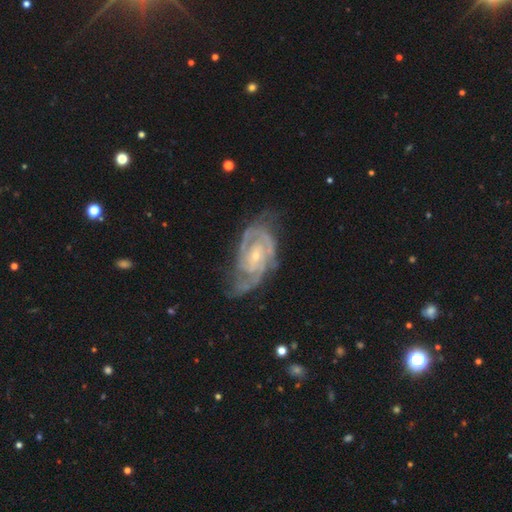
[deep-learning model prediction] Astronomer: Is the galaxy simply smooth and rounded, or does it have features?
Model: featured or disk — 89%.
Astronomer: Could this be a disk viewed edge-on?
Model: no — 96%.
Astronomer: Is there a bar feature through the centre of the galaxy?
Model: no — 56% (runner-up: weak, 35%).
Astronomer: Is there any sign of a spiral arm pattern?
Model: yes — 97%.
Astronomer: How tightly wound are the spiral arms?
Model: tight — 59% (runner-up: medium, 35%).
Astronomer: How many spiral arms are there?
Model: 2 — 50%.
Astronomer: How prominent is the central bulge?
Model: small — 73%.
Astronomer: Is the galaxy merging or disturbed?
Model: none — 60%.